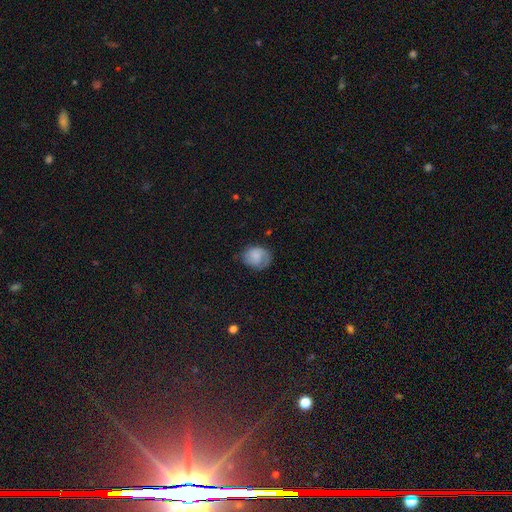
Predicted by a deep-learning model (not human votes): Smooth or featured: smooth — 59% (featured or disk — 32%)
How rounded: round — 55% (in between — 44%)
Merging: none — 62% (minor disturbance — 26%)